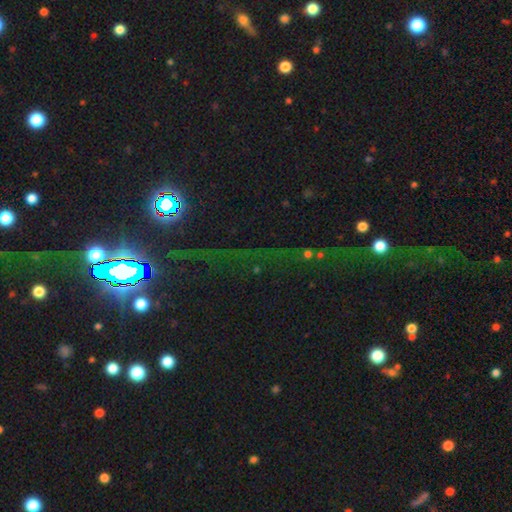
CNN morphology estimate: A star or artifact, not a galaxy (78%).

Vote fractions:
- Smooth or featured? star or artifact: 78% / smooth: 12% / featured or disk: 10%